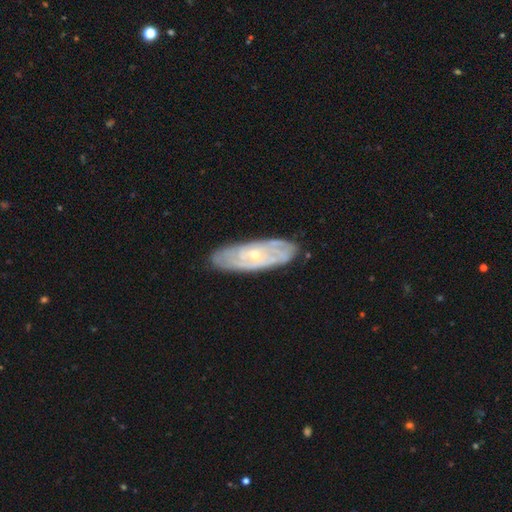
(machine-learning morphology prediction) Smooth or featured? featured or disk (75%)
Edge-on disk? no (82%)
Bar? no (69%)
Spiral arms? yes (80%)
Bulge size? small (62%)
Merging? none (83%)